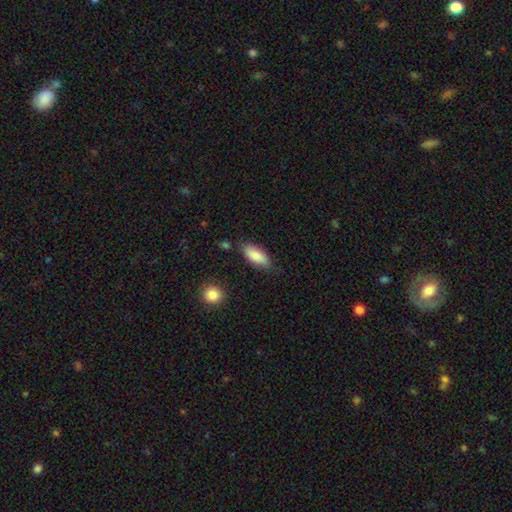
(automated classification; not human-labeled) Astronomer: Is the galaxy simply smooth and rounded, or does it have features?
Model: smooth — 83%.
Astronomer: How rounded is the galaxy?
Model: in between — 85%.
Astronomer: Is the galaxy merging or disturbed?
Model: none — 77%.